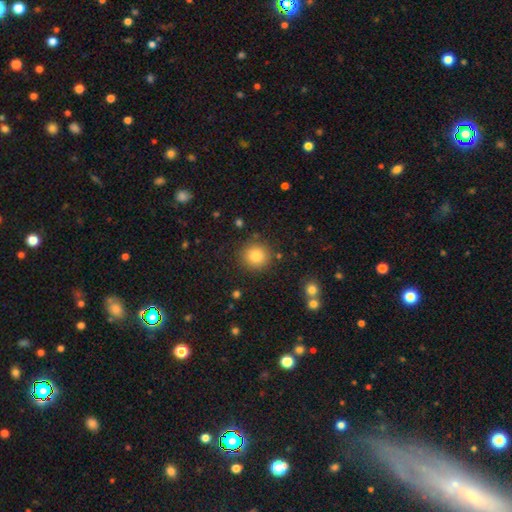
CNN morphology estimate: Overall: smooth (82%). How rounded: round (92%). Merging: none (88%).